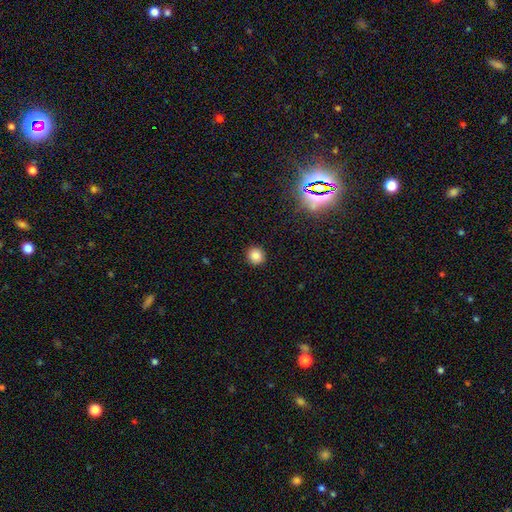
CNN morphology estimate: This is clearly a smooth galaxy (84%). How rounded: clearly round (92%). Merging: clearly none (92%).